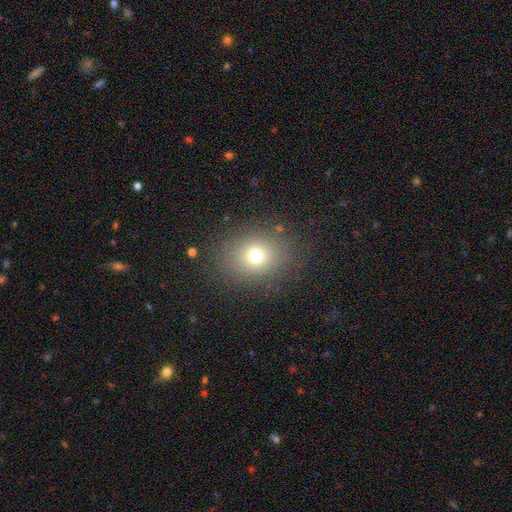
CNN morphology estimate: type=smooth (72%); roundness=round (61%); merging=none (83%).